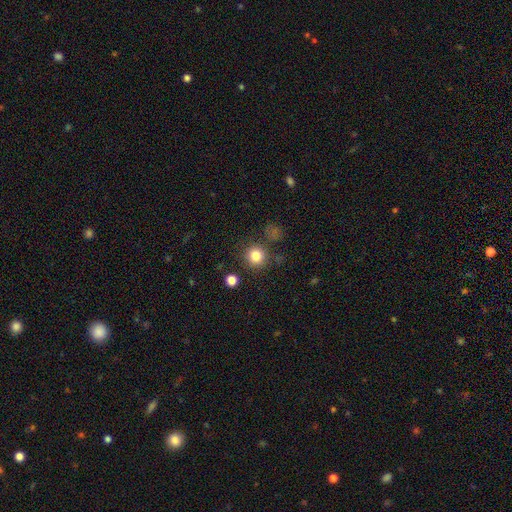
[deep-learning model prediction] Overall: smooth (82%). How rounded: round (93%). Merging: none (85%).